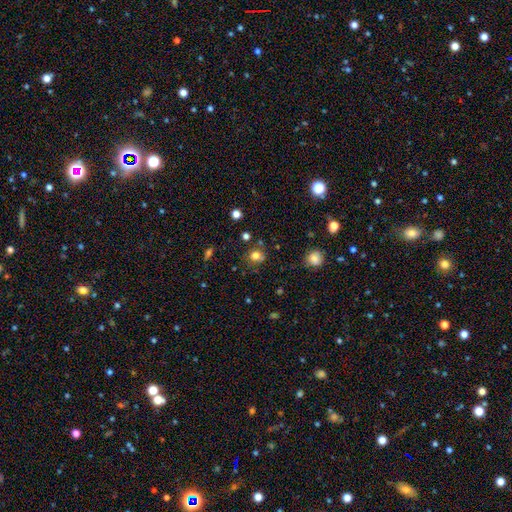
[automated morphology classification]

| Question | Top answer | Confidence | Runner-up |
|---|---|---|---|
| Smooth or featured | smooth | 77% | star or artifact (16%) |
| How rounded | round | 82% | in between (17%) |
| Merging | none | 76% | minor disturbance (14%) |